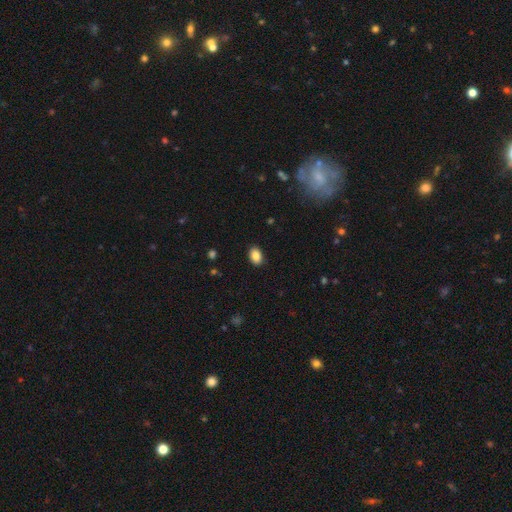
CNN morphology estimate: This appears to be a smooth galaxy with no disk features (87%) that is in between round and cigar-shaped (82%). Merging: none (88%).